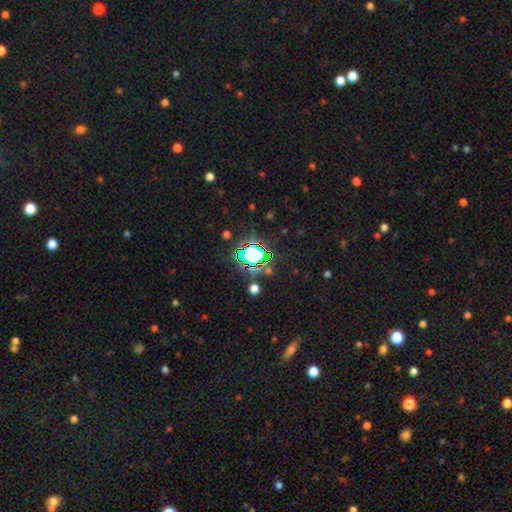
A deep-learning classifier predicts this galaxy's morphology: Smooth or featured? Predicted: star or artifact (p=0.65).